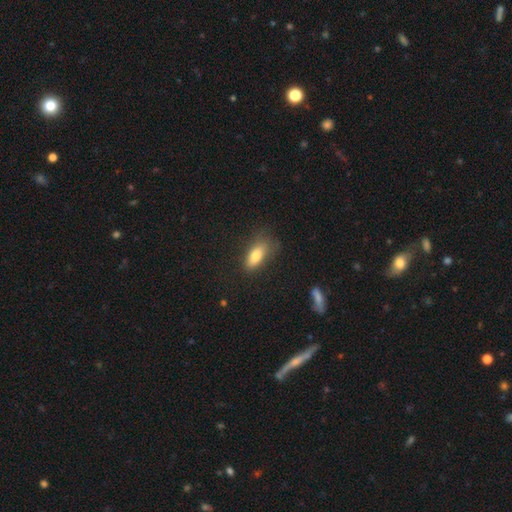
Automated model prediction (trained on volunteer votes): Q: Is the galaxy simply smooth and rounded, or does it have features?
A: smooth — 79%.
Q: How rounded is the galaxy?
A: in between — 81%.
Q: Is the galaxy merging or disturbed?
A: none — 63%.